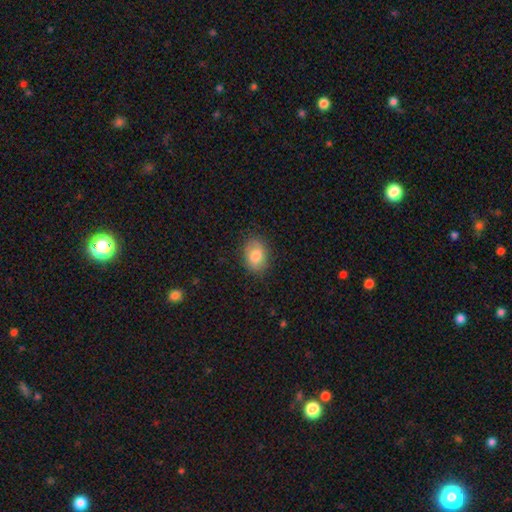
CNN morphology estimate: smooth 80%, featured or disk 12%, star or artifact 7%. Down the decision tree: how rounded — in between (78%); merging — none (83%).